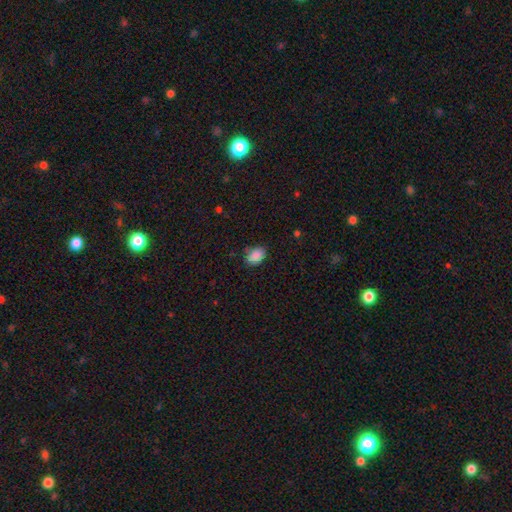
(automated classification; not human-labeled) This is clearly a smooth galaxy (88%). How rounded: likely in between (79%). Merging: likely none (77%).